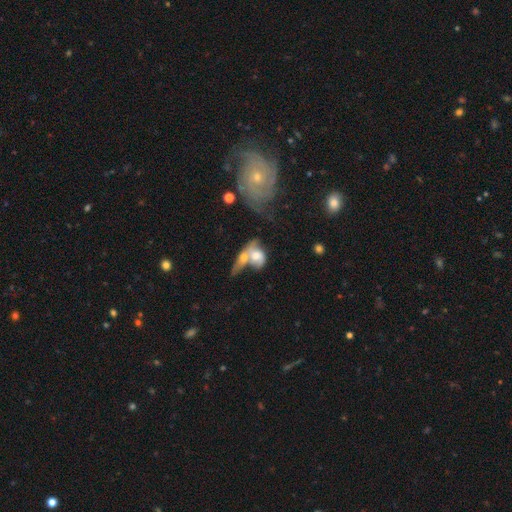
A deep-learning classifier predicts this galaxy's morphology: featured or disk 48%, smooth 44%, star or artifact 7%. Down the decision tree: merging — merger (71%).